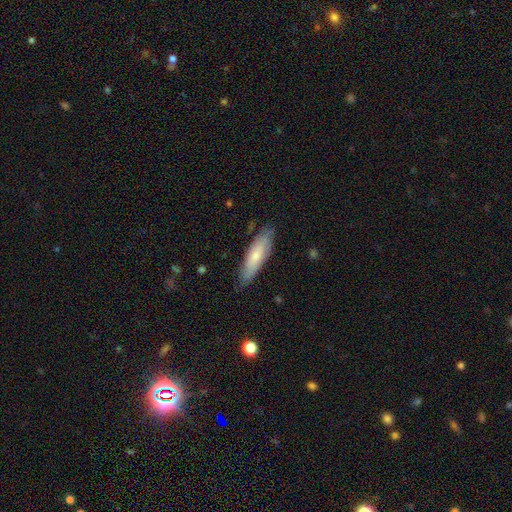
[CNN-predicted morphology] Smooth or featured?
  - smooth: 58% *
  - featured or disk: 36%
  - star or artifact: 6%
How rounded?
  - cigar-shaped: 51% *
  - in between: 47%
  - round: 2%
Merging?
  - none: 75% *
  - minor disturbance: 20%
  - major disturbance: 4%
  - merger: 1%